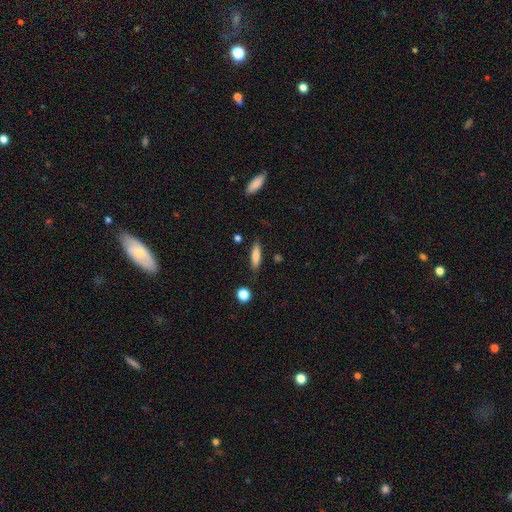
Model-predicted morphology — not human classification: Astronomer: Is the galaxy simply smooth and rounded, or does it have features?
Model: smooth — 77%.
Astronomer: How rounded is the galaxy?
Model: cigar-shaped — 71%.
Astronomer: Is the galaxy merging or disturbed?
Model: none — 84%.